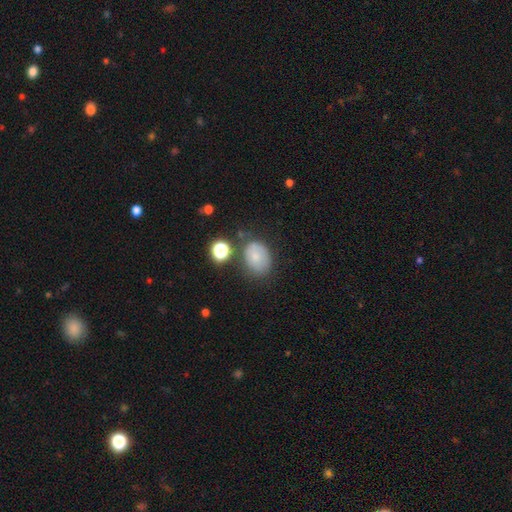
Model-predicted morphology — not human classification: This appears to be a smooth galaxy with no disk features (74%) that is in between round and cigar-shaped (62%). Merging: none (61%).